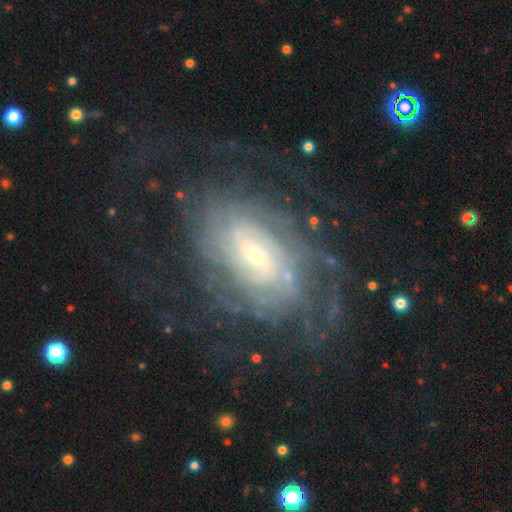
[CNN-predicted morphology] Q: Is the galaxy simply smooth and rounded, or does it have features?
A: featured or disk — 86%.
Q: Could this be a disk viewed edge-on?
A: no — 96%.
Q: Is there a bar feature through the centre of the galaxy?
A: weak — 48%.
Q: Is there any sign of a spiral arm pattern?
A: yes — 95%.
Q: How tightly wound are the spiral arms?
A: tight — 64%.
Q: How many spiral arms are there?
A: can't tell — 44%.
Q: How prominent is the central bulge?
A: small — 58%.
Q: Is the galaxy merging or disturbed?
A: none — 70%.